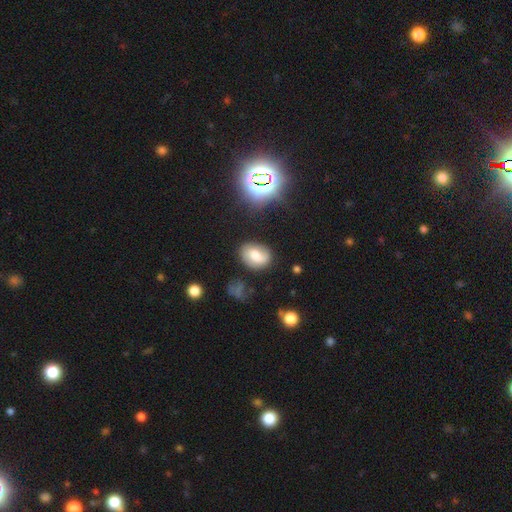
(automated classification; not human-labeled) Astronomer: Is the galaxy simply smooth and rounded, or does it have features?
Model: smooth — 51% (runner-up: featured or disk, 37%).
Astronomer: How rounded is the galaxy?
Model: in between — 66%.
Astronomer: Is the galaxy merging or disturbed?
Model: none — 74%.